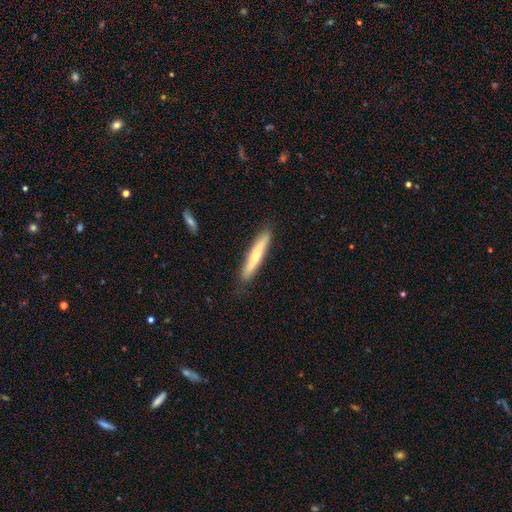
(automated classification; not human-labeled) This is possibly a smooth galaxy (51%). How rounded: clearly cigar-shaped (92%). Merging: clearly none (86%).